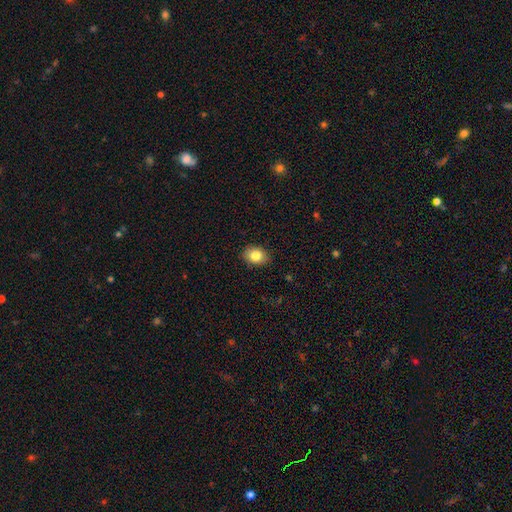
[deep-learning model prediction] smooth-or-featured: smooth: 83% | star or artifact: 9% | featured or disk: 8%
  how-rounded: in between: 66% | round: 33% | cigar-shaped: 1%
  merging: none: 88% | minor disturbance: 9% | major disturbance: 2% | merger: 1%